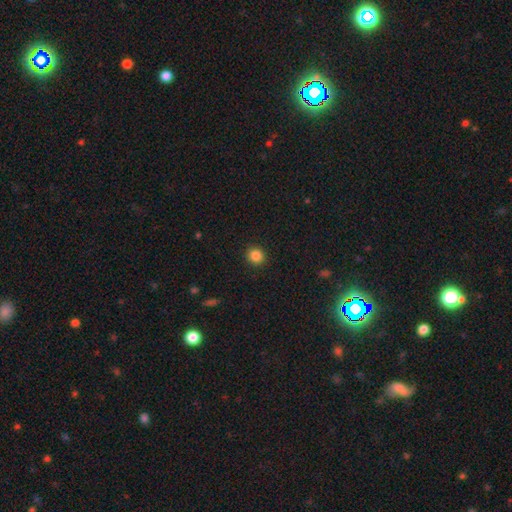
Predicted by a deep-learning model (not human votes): Q: Smooth or featured?
A: smooth (85%); runner-up: star or artifact (11%)
Q: How rounded?
A: round (91%); runner-up: in between (8%)
Q: Merging?
A: none (92%); runner-up: minor disturbance (5%)